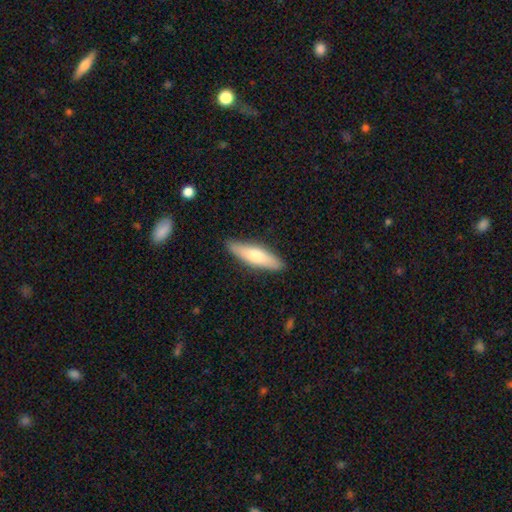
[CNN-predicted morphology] Smooth or featured? smooth (64%)
How rounded? cigar-shaped (63%)
Merging? none (87%)